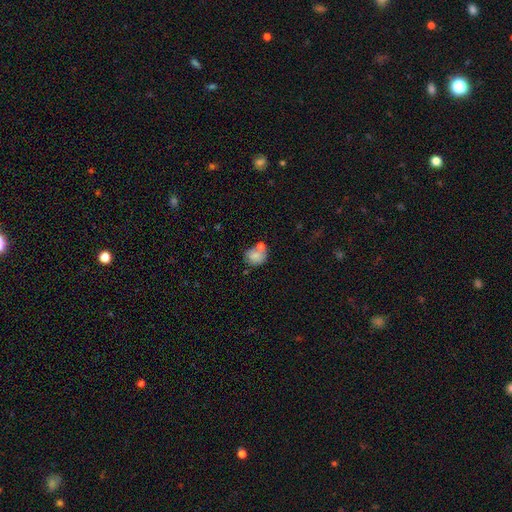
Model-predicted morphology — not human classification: Smooth or featured? smooth (78%)
How rounded? round (62%)
Merging? none (48%)